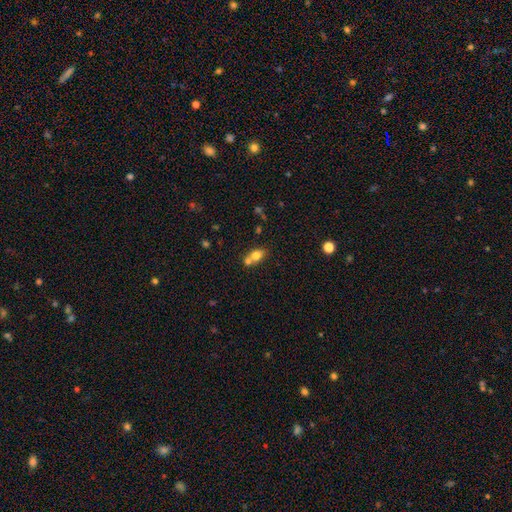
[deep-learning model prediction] The model was most divided on "merging": merger: 49%, none: 39%, minor disturbance: 9%, major disturbance: 3%. More confident: smooth or featured — smooth (75%); how rounded — in between (69%).